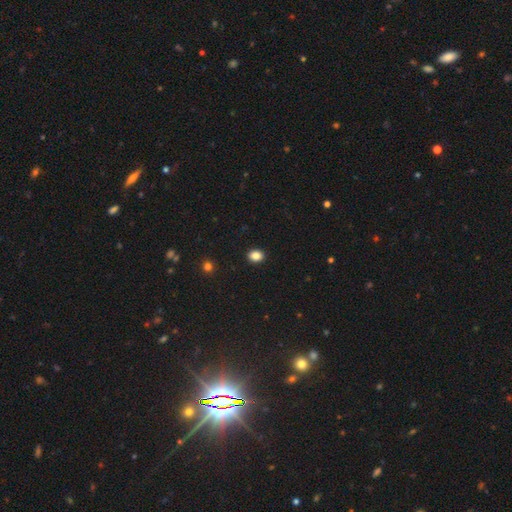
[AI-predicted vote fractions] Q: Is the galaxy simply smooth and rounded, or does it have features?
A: smooth — 86%.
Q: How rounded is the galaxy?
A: in between — 52%.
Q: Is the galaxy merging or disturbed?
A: none — 91%.